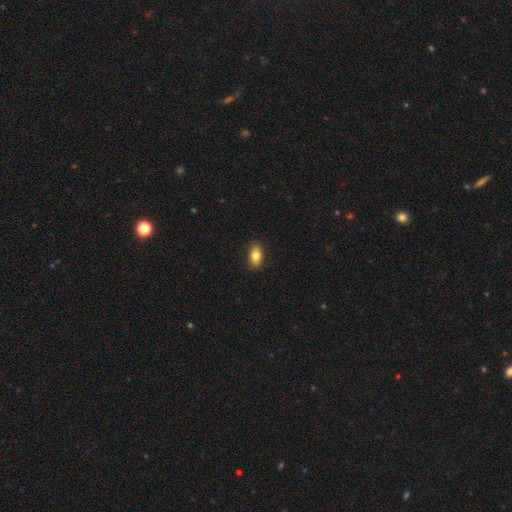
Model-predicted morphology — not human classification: smooth-or-featured: smooth: 80% | featured or disk: 13% | star or artifact: 7%
  how-rounded: in between: 84% | cigar-shaped: 9% | round: 7%
  merging: none: 86% | minor disturbance: 11% | major disturbance: 2% | merger: 1%